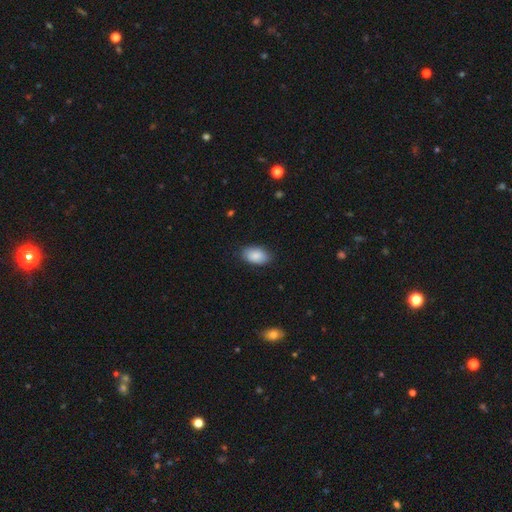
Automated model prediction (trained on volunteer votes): Smooth or featured? smooth (88%)
How rounded? in between (93%)
Merging? none (84%)